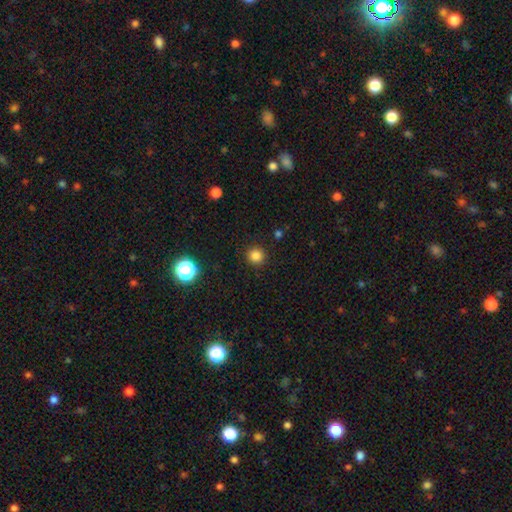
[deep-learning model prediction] Smooth or featured: smooth — 83% (star or artifact — 13%)
How rounded: round — 94% (in between — 6%)
Merging: none — 92% (minor disturbance — 5%)